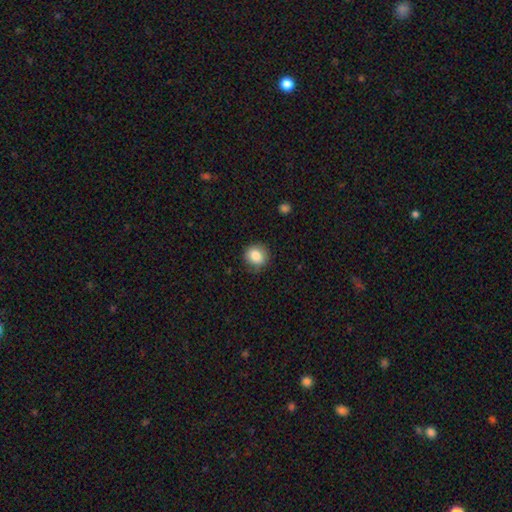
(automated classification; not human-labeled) A smooth galaxy with no disk features (85%) that is round (83%). Merging: none (82%).